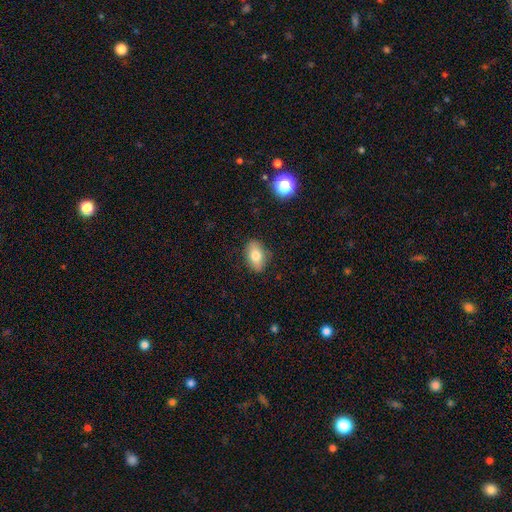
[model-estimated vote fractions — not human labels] A smooth galaxy with no disk features (76%) that is in between round and cigar-shaped (86%). Merging: none (84%).